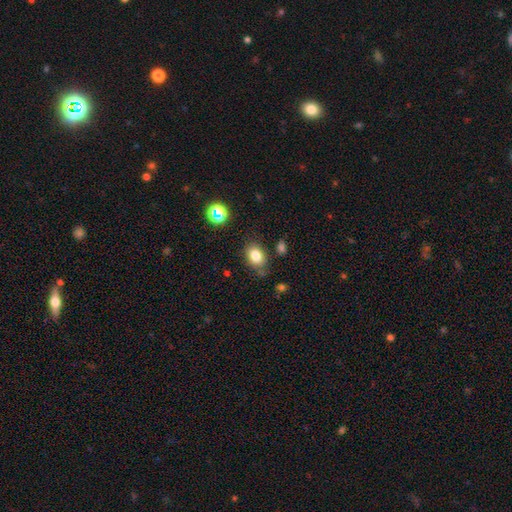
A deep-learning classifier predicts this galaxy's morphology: A smooth galaxy with no disk features (80%) that is in between round and cigar-shaped (68%).

Vote fractions:
- Smooth or featured? smooth: 80% / star or artifact: 11% / featured or disk: 8%
- How rounded? in between: 68% / round: 31% / cigar-shaped: 1%
- Merging? none: 73% / minor disturbance: 18% / major disturbance: 5% / merger: 4%